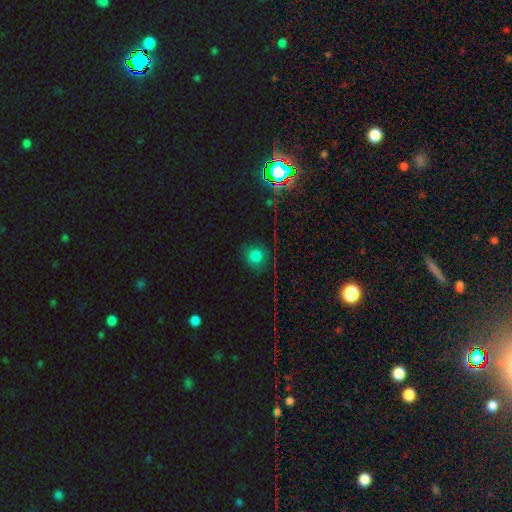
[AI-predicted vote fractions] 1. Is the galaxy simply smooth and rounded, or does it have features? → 73% smooth, 20% star or artifact, 7% featured or disk.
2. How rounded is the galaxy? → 88% round, 11% in between, 1% cigar-shaped.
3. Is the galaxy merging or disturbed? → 80% none, 13% minor disturbance, 5% major disturbance, 2% merger.